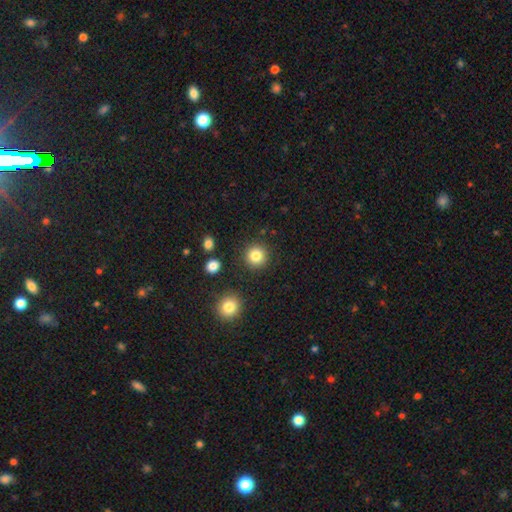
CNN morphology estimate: This is clearly a smooth galaxy (83%). How rounded: clearly round (94%). Merging: clearly none (89%).